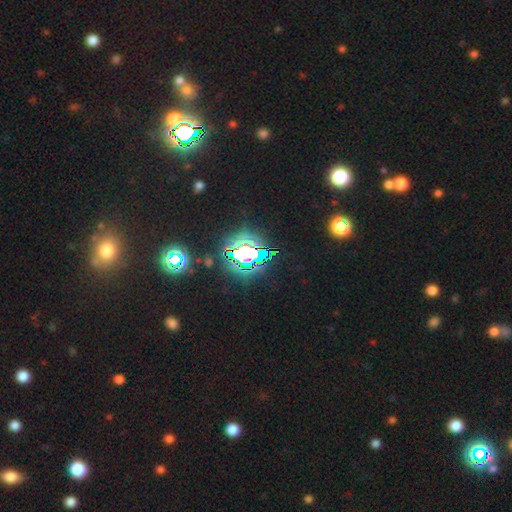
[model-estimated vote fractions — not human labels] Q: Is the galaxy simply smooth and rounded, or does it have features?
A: star or artifact — 74%.